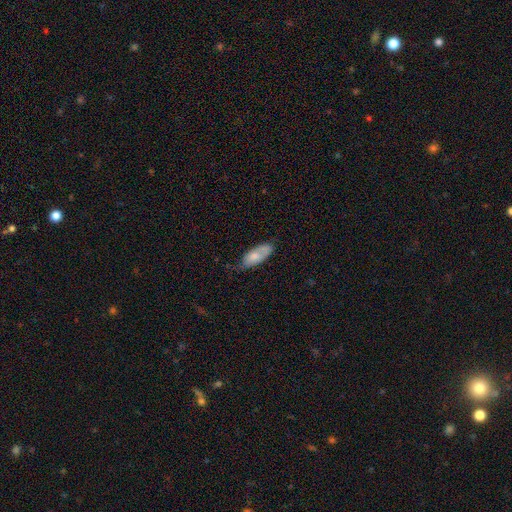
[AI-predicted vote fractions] The model was most divided on "merging": none: 53%, minor disturbance: 36%, major disturbance: 9%, merger: 2%. More confident: how rounded — in between (82%); smooth or featured — smooth (72%).